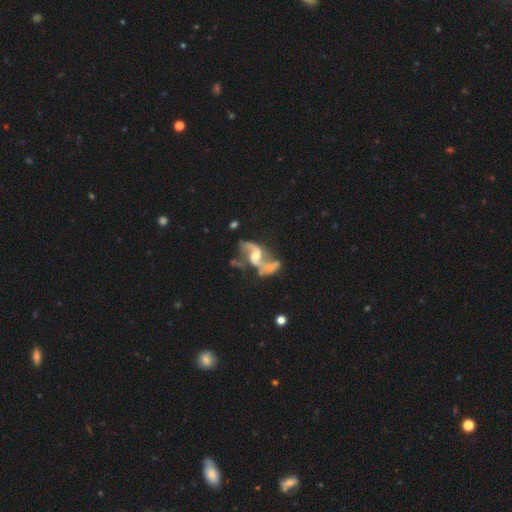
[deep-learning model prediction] A featured or disk galaxy (84%) with a weak bar (43%), 2 (86%) loose (73%) spiral arms (88%) and a moderate central bulge (52%).

Vote fractions:
- Smooth or featured? featured or disk: 84% / smooth: 9% / star or artifact: 8%
- Edge-on disk? no: 96% / yes: 4%
- Bar? weak: 43% / no: 39% / strong: 18%
- Spiral arms? yes: 88% / no: 12%
- Spiral winding? loose: 73% / medium: 22% / tight: 5%
- Spiral arm count? 2: 86% / can't tell: 5% / 1: 4% / 3: 2% / 4: 1% / more than 4: 1%
- Bulge size? moderate: 52% / small: 30% / none: 8% / large: 8% / dominant: 2%
- Merging? merger: 35% / none: 32% / major disturbance: 19% / minor disturbance: 14%